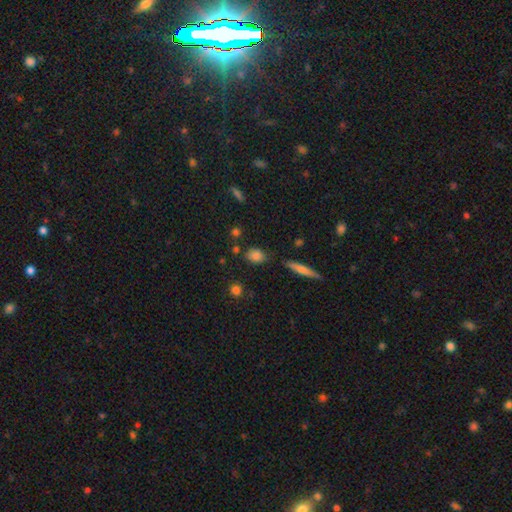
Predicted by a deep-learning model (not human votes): Smooth or featured? Predicted: smooth (p=0.79). How rounded? Predicted: in between (p=0.63). Merging? Predicted: none (p=0.71).